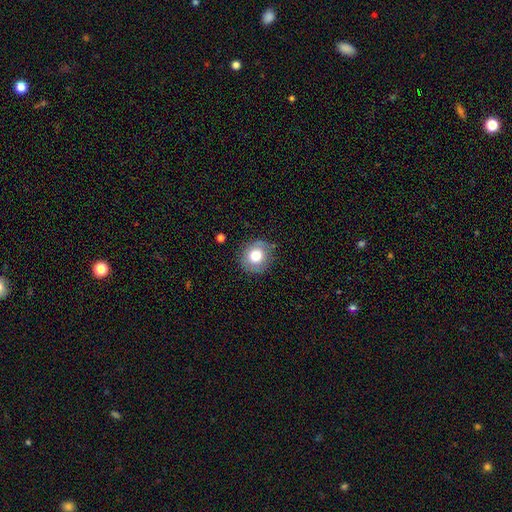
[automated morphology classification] smooth 74%, featured or disk 17%, star or artifact 9%. Down the decision tree: how rounded — round (88%); merging — none (81%).